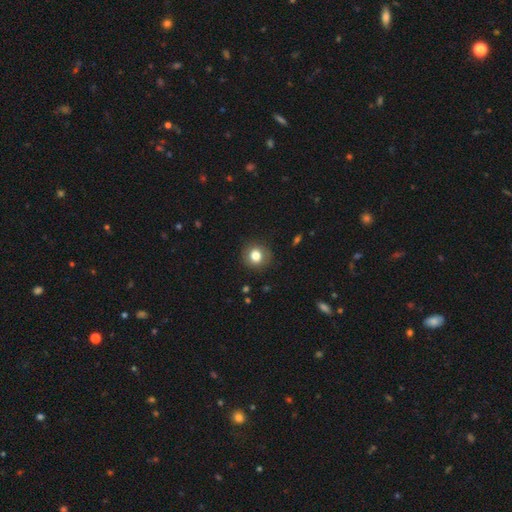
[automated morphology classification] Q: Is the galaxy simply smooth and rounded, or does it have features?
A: smooth — 80%.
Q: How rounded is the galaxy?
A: round — 85%.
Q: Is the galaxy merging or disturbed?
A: none — 88%.